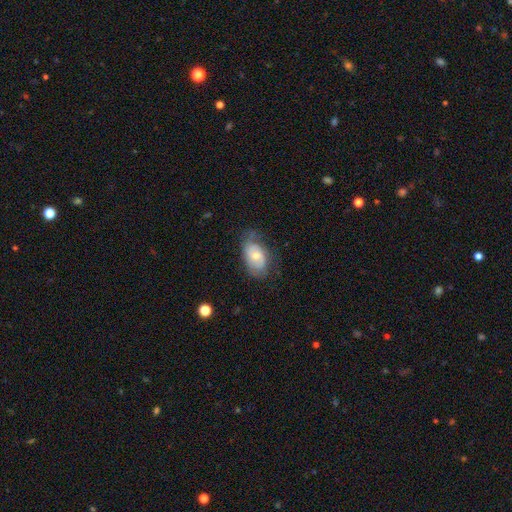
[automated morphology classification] The model was most divided on "smooth or featured": featured or disk: 48%, smooth: 44%, star or artifact: 7%. More confident: merging — none (54%).